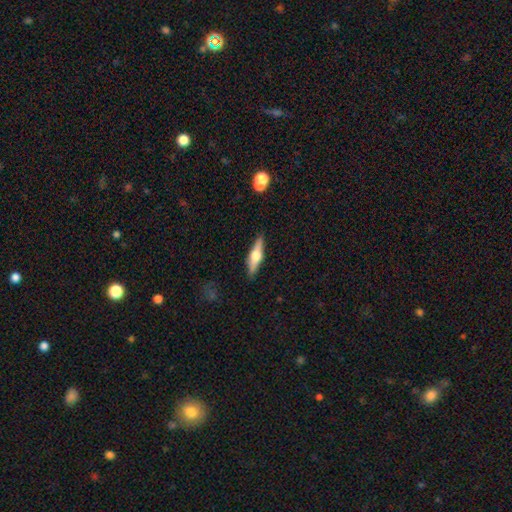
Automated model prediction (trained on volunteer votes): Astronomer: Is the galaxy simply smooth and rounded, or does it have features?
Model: featured or disk — 60%.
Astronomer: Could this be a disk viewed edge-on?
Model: yes — 96%.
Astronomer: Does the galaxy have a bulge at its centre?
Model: rounded — 93%.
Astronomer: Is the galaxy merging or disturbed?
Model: none — 89%.